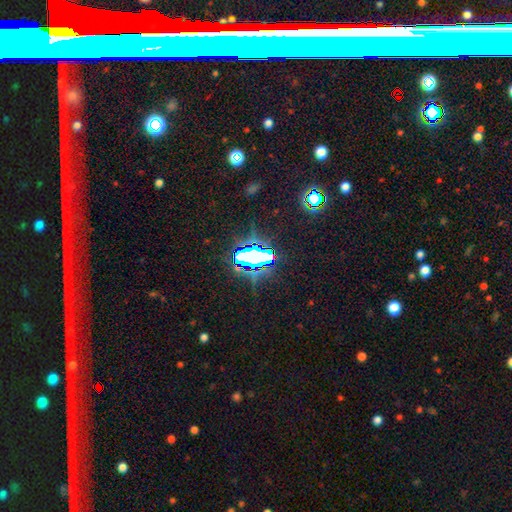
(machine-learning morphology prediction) smooth-or-featured: star or artifact: 68% | smooth: 19% | featured or disk: 13%